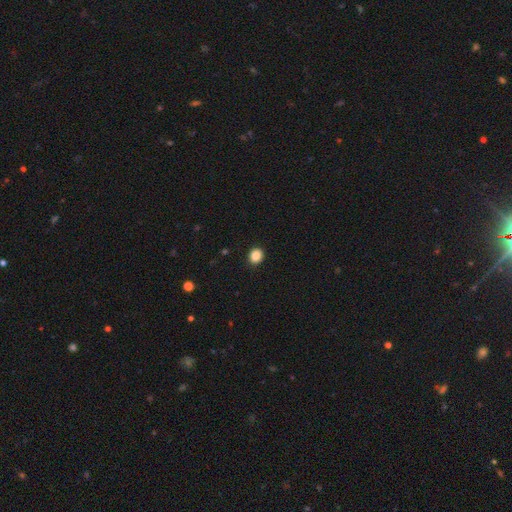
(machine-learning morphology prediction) The model was most divided on "how rounded": round: 70%, in between: 29%, cigar-shaped: 1%. More confident: merging — none (92%); smooth or featured — smooth (87%).